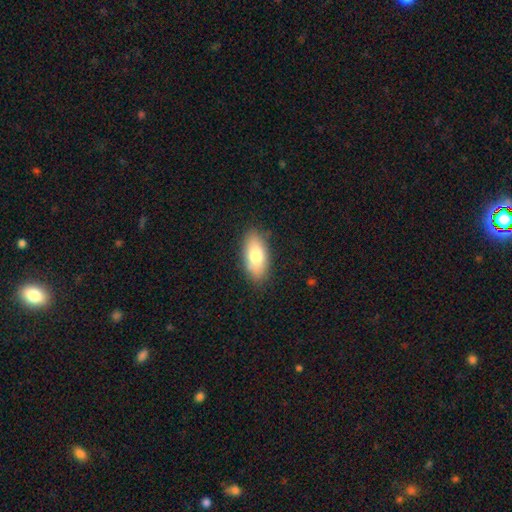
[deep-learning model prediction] Smooth or featured: smooth — 77% (featured or disk — 16%)
How rounded: in between — 88% (cigar-shaped — 8%)
Merging: none — 83% (minor disturbance — 13%)